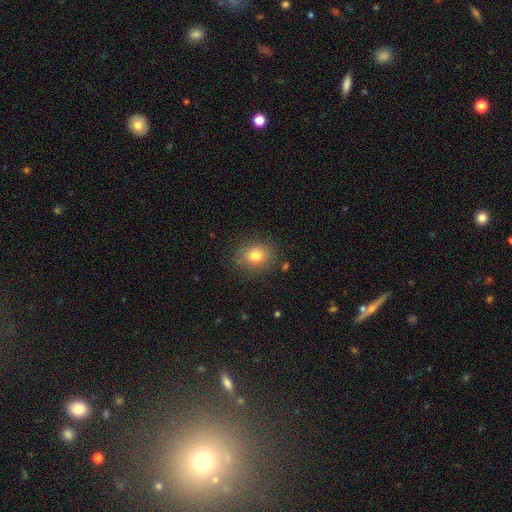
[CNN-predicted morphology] Overall: smooth (78%). How rounded: round (73%). Merging: none (83%).